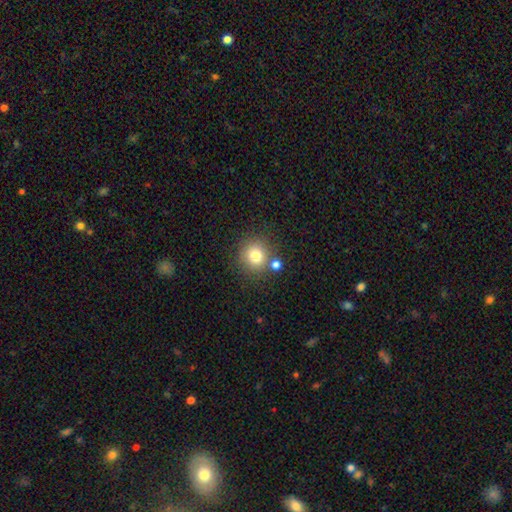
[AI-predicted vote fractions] Smooth or featured: smooth — 78% (star or artifact — 12%)
How rounded: round — 91% (in between — 8%)
Merging: none — 73% (merger — 15%)